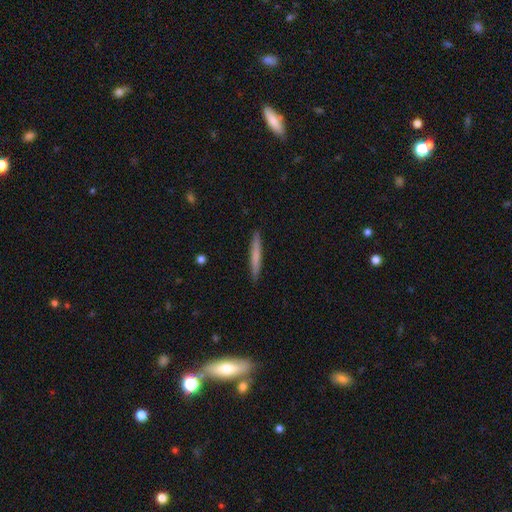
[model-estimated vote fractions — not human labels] This appears to be a smooth galaxy with no disk features (68%) that is cigar-shaped (96%). Merging: none (92%).